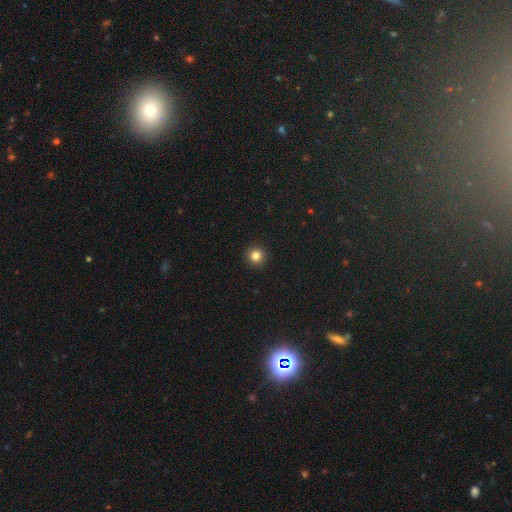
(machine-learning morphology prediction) Smooth or featured: smooth — 83% (star or artifact — 12%)
How rounded: round — 96% (in between — 3%)
Merging: none — 94% (minor disturbance — 4%)